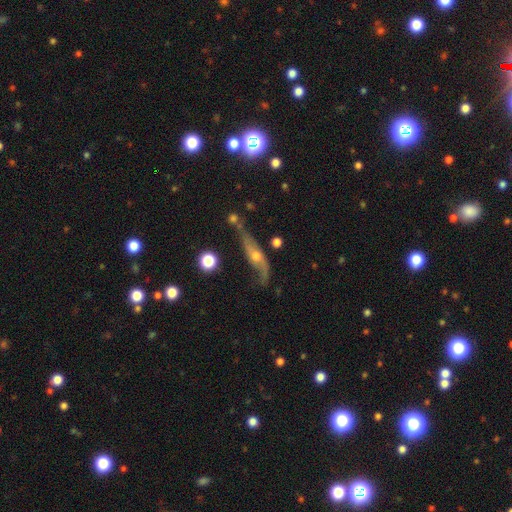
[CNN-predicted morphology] The model was most divided on "edge-on disk": no: 58%, yes: 42%. More confident: smooth or featured — featured or disk (71%); merging — none (50%).